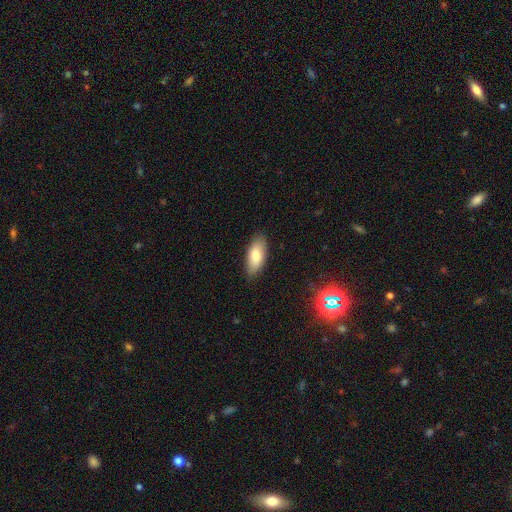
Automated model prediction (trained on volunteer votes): Q: Smooth or featured?
A: smooth (81%); runner-up: featured or disk (13%)
Q: How rounded?
A: in between (85%); runner-up: cigar-shaped (13%)
Q: Merging?
A: none (86%); runner-up: minor disturbance (11%)